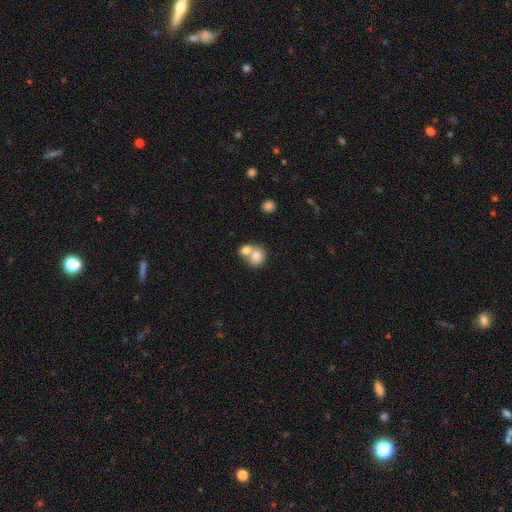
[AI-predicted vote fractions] Q: Smooth or featured?
A: smooth (78%); runner-up: featured or disk (13%)
Q: How rounded?
A: round (70%); runner-up: in between (29%)
Q: Merging?
A: merger (63%); runner-up: none (28%)